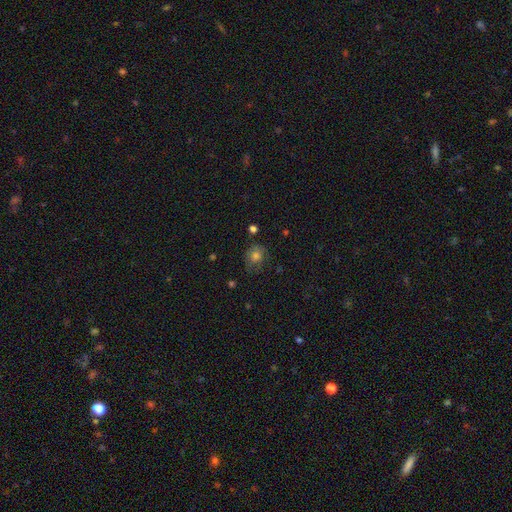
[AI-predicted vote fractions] The model was most divided on "merging": none: 67%, minor disturbance: 23%, major disturbance: 8%, merger: 2%. More confident: smooth or featured — smooth (73%); how rounded — round (72%).